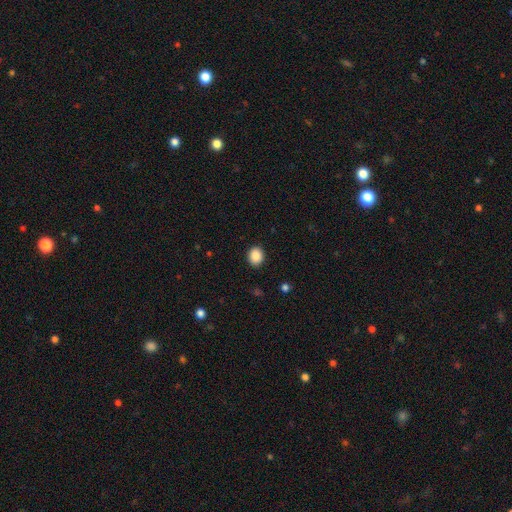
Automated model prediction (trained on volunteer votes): smooth-or-featured: smooth: 89% | star or artifact: 9% | featured or disk: 3%
  how-rounded: round: 61% | in between: 38% | cigar-shaped: 1%
  merging: none: 90% | minor disturbance: 7% | major disturbance: 2% | merger: 1%